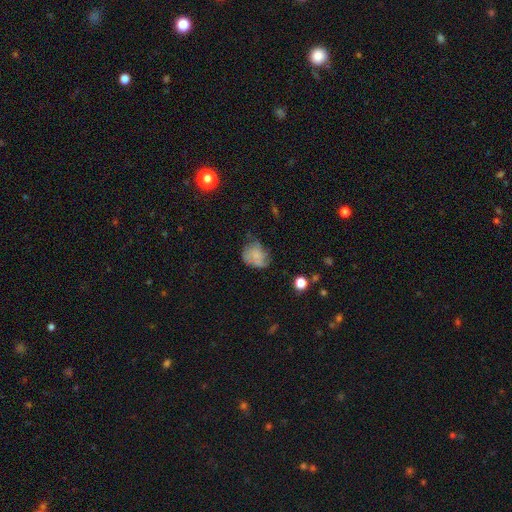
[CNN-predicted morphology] type=smooth (57%); roundness=round (52%); merging=none (44%).